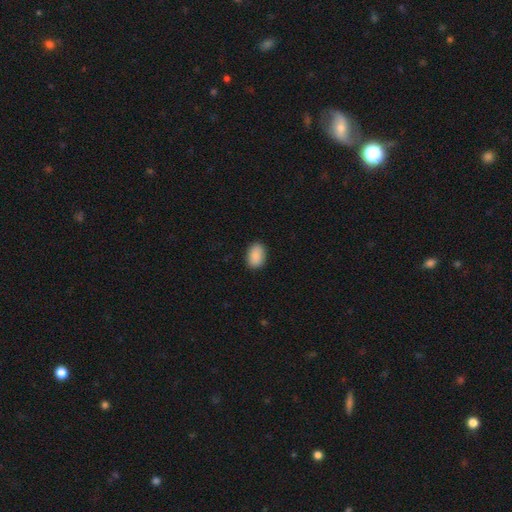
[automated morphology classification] Q: Smooth or featured?
A: smooth (89%); runner-up: star or artifact (7%)
Q: How rounded?
A: in between (84%); runner-up: round (15%)
Q: Merging?
A: none (88%); runner-up: minor disturbance (9%)